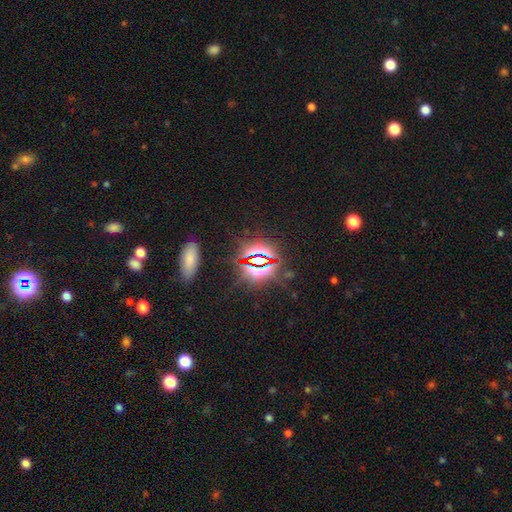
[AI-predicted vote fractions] Morphology: type=star or artifact (75%).